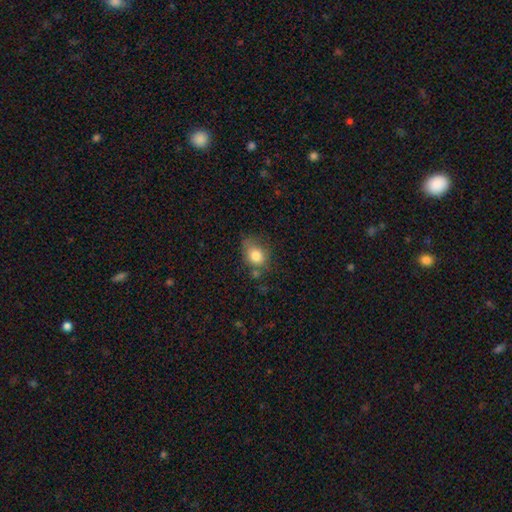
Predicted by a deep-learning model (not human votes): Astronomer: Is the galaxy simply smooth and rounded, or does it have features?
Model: smooth — 79%.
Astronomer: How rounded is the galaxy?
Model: in between — 58% (runner-up: round, 40%).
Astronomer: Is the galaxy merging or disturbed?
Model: none — 48% (runner-up: minor disturbance, 30%).